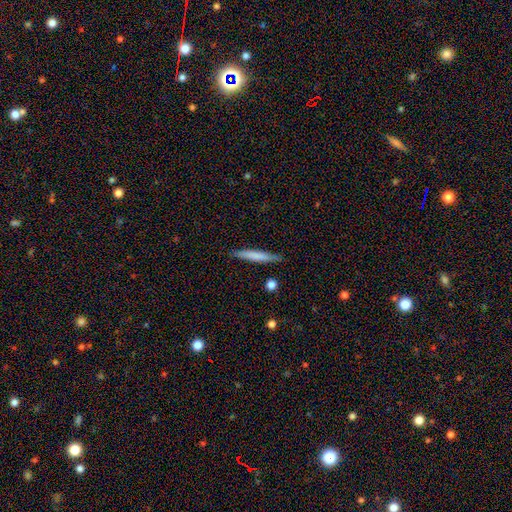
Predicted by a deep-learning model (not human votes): Morphology: type=smooth (71%); roundness=cigar-shaped (94%); merging=none (86%).